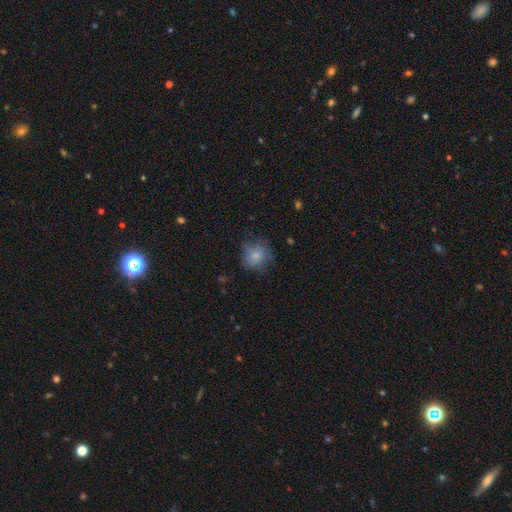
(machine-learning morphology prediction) This appears to be a smooth galaxy with no disk features (76%) that is round (82%). Merging: none (64%).